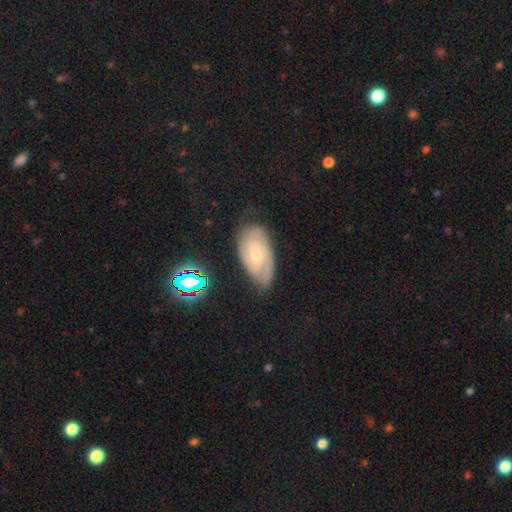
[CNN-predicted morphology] A featured or disk galaxy (70%) with no bar (51%), 2 (50%) tight (60%) spiral arms (93%) and a small central bulge (62%). Merging: none (71%).